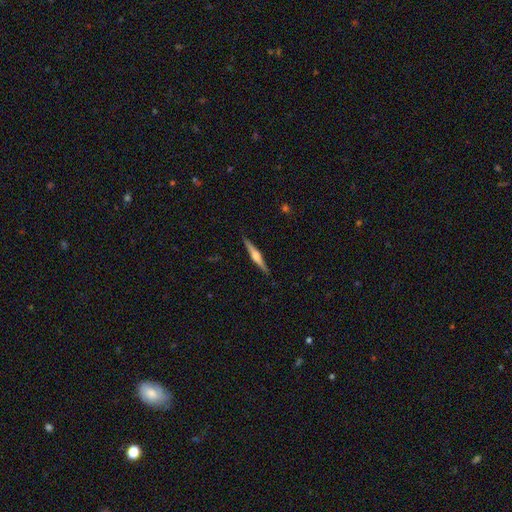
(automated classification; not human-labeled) Smooth or featured? Predicted: featured or disk (p=0.70). Edge-on disk? Predicted: yes (p=0.98). Edge-on bulge? Predicted: rounded (p=0.82). Merging? Predicted: none (p=0.90).